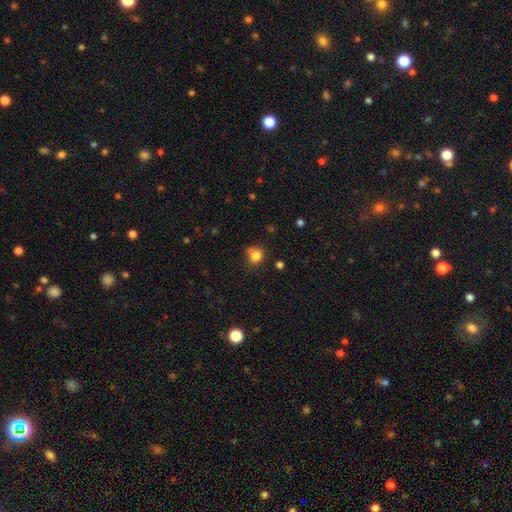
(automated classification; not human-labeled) A smooth galaxy with no disk features (82%) that is round (69%).

Vote fractions:
- Smooth or featured? smooth: 82% / star or artifact: 12% / featured or disk: 6%
- How rounded? round: 69% / in between: 30% / cigar-shaped: 1%
- Merging? none: 62% / minor disturbance: 22% / merger: 10% / major disturbance: 7%